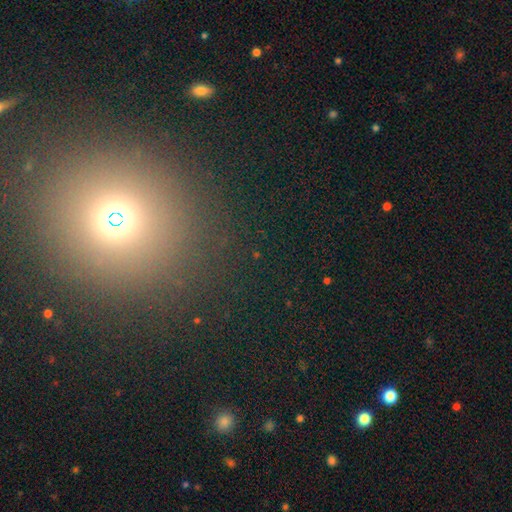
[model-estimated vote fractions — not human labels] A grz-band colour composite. It shows a star or artifact, not a galaxy (47%).